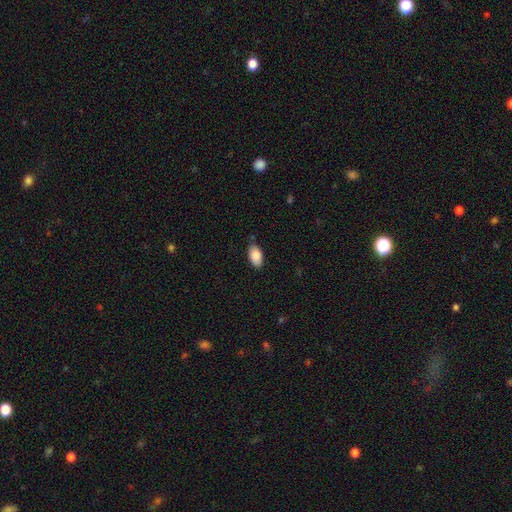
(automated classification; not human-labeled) Smooth or featured? smooth (88%)
How rounded? in between (94%)
Merging? none (73%)